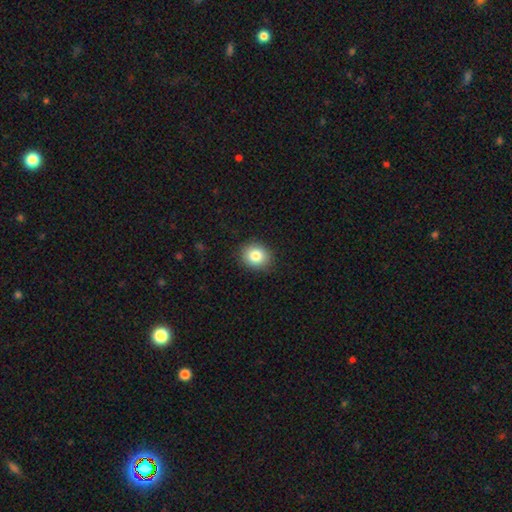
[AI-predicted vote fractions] Smooth or featured: smooth — 83% (star or artifact — 10%)
How rounded: round — 68% (in between — 31%)
Merging: none — 89% (minor disturbance — 8%)